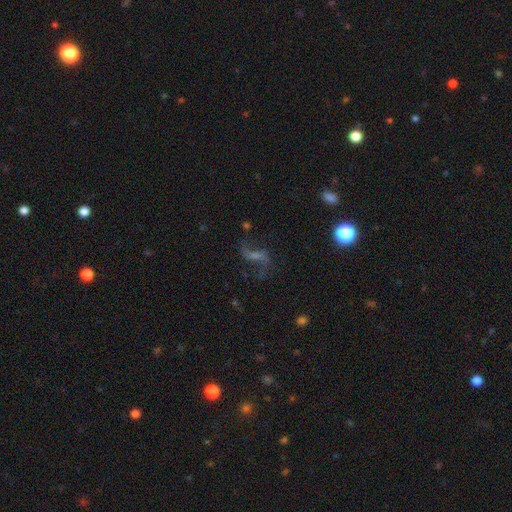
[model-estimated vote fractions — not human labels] A featured or disk galaxy (72%) with a weak bar (44%), 2 (90%) loose (81%) spiral arms (92%) and a small central bulge (38%).

Vote fractions:
- Smooth or featured? featured or disk: 72% / star or artifact: 16% / smooth: 12%
- Edge-on disk? no: 95% / yes: 5%
- Bar? weak: 44% / strong: 28% / no: 27%
- Spiral arms? yes: 92% / no: 8%
- Spiral winding? loose: 81% / medium: 15% / tight: 4%
- Spiral arm count? 2: 90% / 1: 3% / can't tell: 3% / 3: 1% / 4: 1% / more than 4: 1%
- Bulge size? small: 38% / none: 35% / moderate: 21% / large: 4% / dominant: 2%
- Merging? none: 69% / minor disturbance: 14% / major disturbance: 14% / merger: 3%